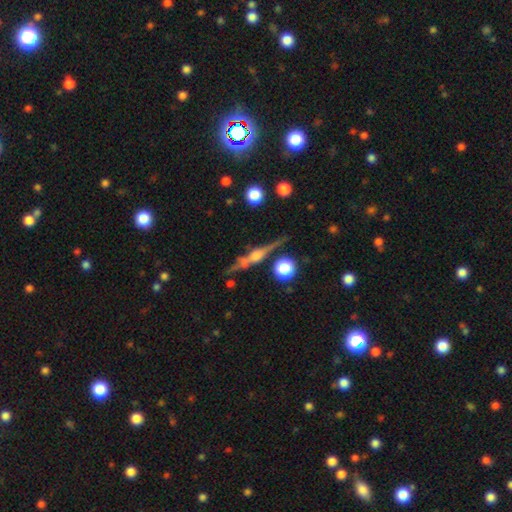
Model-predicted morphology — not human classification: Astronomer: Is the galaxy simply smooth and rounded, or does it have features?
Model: featured or disk — 75%.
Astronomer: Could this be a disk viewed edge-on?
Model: yes — 96%.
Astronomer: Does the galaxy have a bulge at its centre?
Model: rounded — 78%.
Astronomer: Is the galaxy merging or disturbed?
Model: none — 78%.